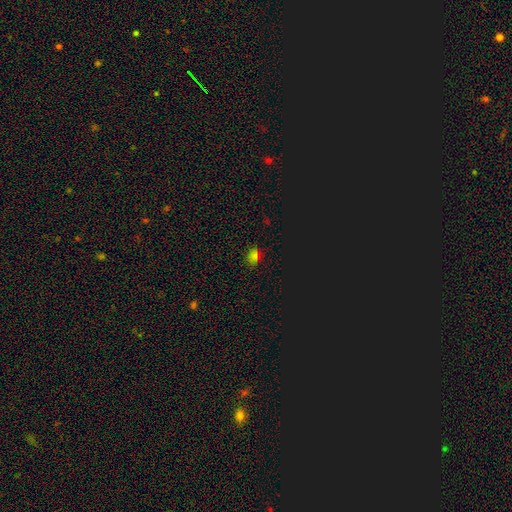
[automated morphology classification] This appears to be a smooth galaxy with no disk features (60%) that is in between round and cigar-shaped (77%). Merging: none (83%).